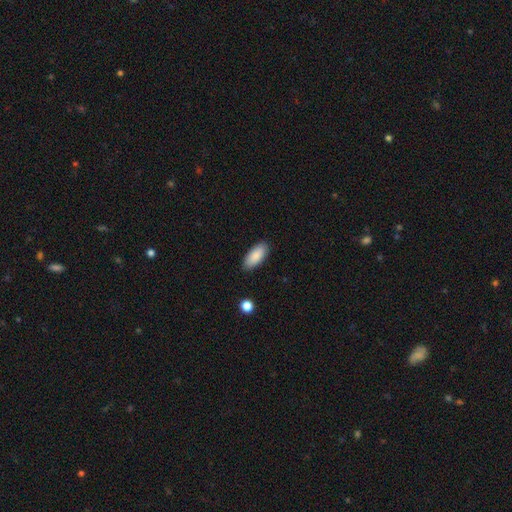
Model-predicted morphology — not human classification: smooth-or-featured: smooth: 88% | star or artifact: 6% | featured or disk: 6%
  how-rounded: in between: 89% | cigar-shaped: 10% | round: 2%
  merging: none: 87% | minor disturbance: 10% | major disturbance: 2% | merger: 1%